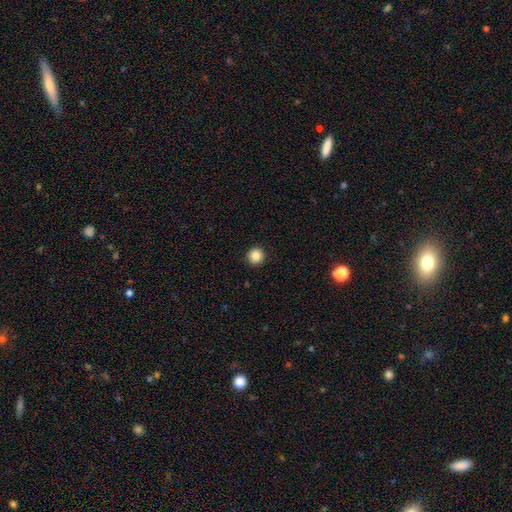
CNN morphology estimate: Smooth or featured?
  - smooth: 86% *
  - star or artifact: 10%
  - featured or disk: 4%
How rounded?
  - round: 94% *
  - in between: 5%
  - cigar-shaped: 1%
Merging?
  - none: 93% *
  - minor disturbance: 5%
  - major disturbance: 2%
  - merger: 1%